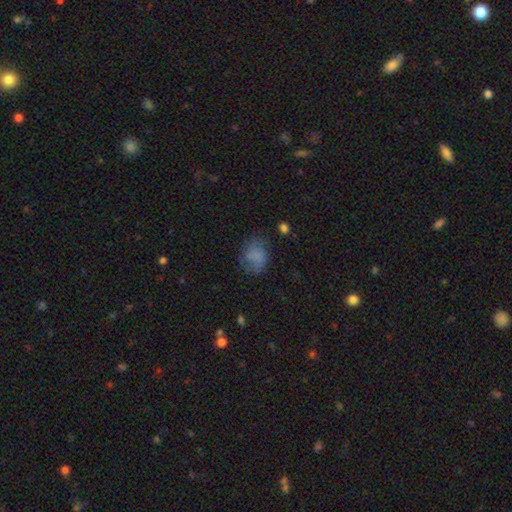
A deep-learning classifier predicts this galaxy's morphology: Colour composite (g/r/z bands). It shows a smooth galaxy with no disk features (67%) that is round (53%). Merging: none (56%).